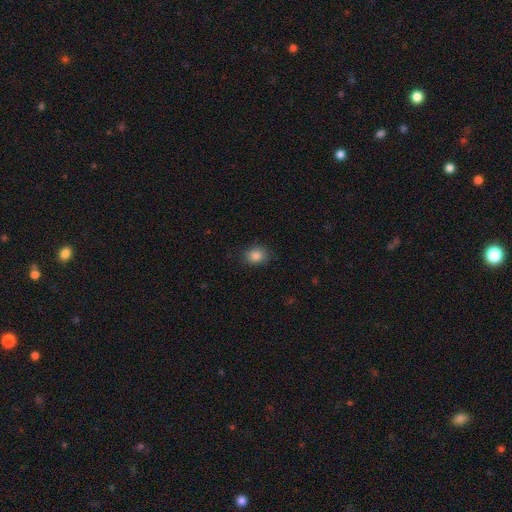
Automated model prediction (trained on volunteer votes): Overall: smooth (85%). How rounded: round (57%; in between 42%). Merging: none (83%).